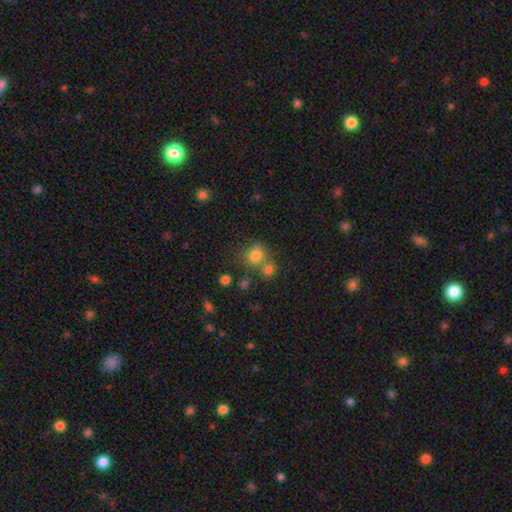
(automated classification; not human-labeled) Smooth or featured?
  - smooth: 76% *
  - star or artifact: 14%
  - featured or disk: 10%
How rounded?
  - round: 82% *
  - in between: 17%
  - cigar-shaped: 1%
Merging?
  - none: 52% *
  - merger: 32%
  - minor disturbance: 11%
  - major disturbance: 5%